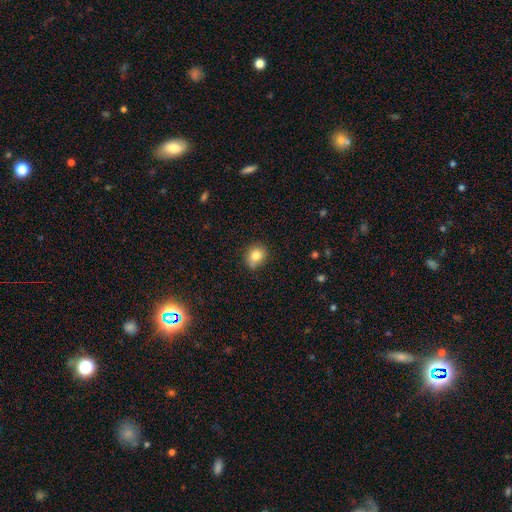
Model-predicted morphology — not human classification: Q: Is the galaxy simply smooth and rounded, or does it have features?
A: smooth — 80%.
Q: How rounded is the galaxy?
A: round — 66%.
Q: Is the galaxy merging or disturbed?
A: none — 72%.